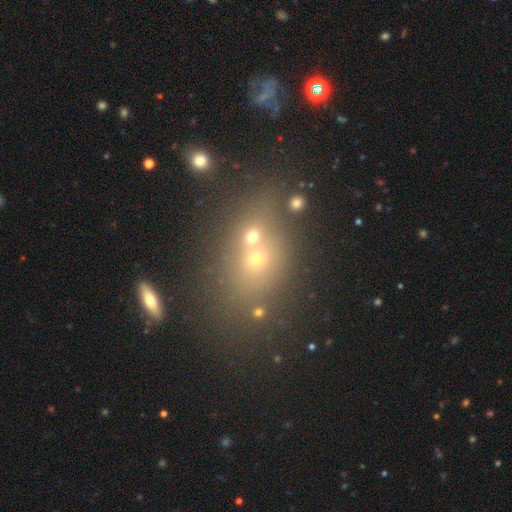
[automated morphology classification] A smooth galaxy with no disk features (49%).

Vote fractions:
- Smooth or featured? smooth: 49% / star or artifact: 29% / featured or disk: 21%
- Merging? none: 46% / merger: 39% / minor disturbance: 9% / major disturbance: 5%